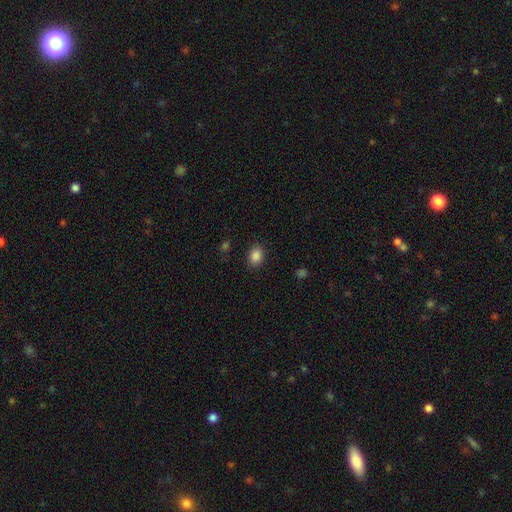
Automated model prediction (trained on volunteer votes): Smooth or featured: smooth — 87% (star or artifact — 9%)
How rounded: in between — 61% (round — 38%)
Merging: none — 87% (minor disturbance — 9%)